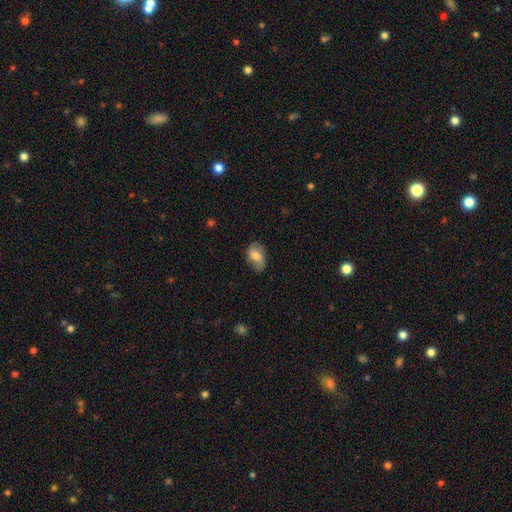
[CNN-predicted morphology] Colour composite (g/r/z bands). It shows a smooth galaxy with no disk features (74%) that is in between round and cigar-shaped (87%). Merging: none (70%).